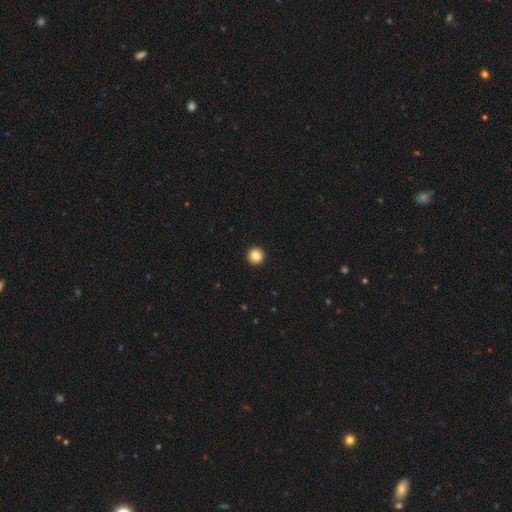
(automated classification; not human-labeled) Q: Smooth or featured?
A: smooth (87%); runner-up: star or artifact (9%)
Q: How rounded?
A: round (94%); runner-up: in between (5%)
Q: Merging?
A: none (93%); runner-up: minor disturbance (4%)